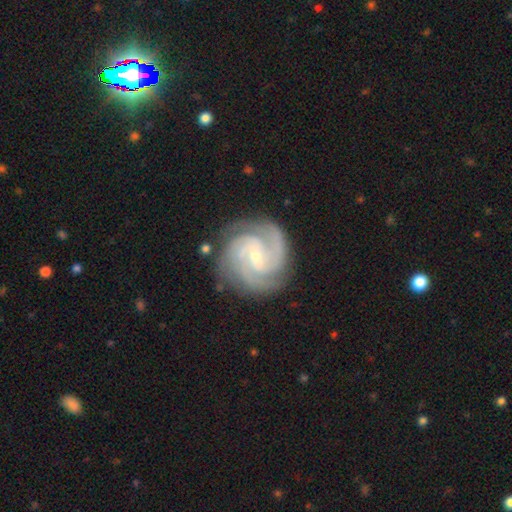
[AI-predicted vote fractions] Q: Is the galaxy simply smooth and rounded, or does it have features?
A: featured or disk — 92%.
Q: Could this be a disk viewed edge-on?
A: no — 98%.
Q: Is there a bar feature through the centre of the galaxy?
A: no — 43%, tied with weak.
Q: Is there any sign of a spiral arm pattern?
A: yes — 99%.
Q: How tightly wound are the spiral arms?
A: tight — 66%.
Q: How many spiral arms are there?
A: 3 — 52%.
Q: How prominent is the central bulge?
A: small — 71%.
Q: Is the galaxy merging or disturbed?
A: none — 82%.